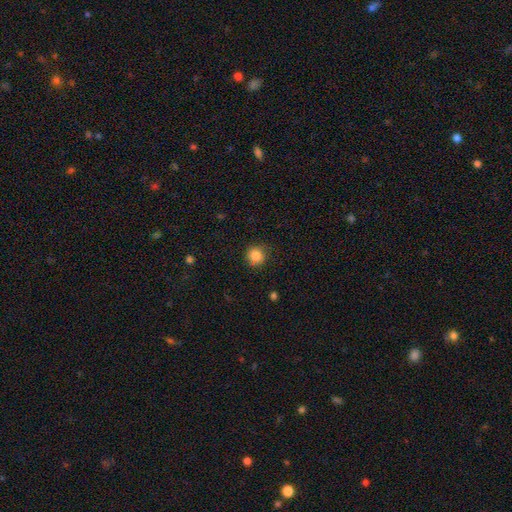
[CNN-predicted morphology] type=smooth (84%); roundness=round (88%); merging=none (80%).